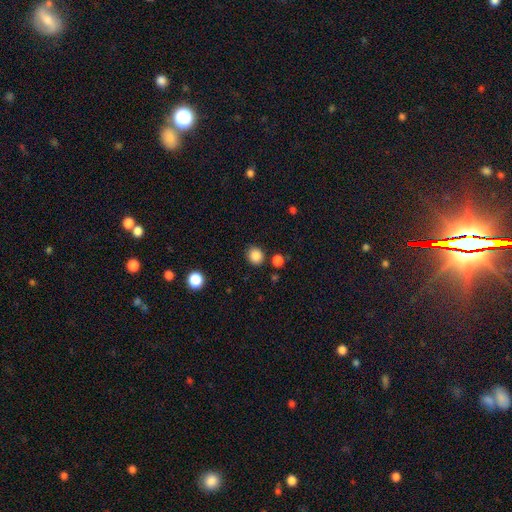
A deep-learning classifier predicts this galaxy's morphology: The model was most divided on "how rounded": round: 80%, in between: 19%, cigar-shaped: 1%. More confident: smooth or featured — smooth (86%); merging — none (84%).